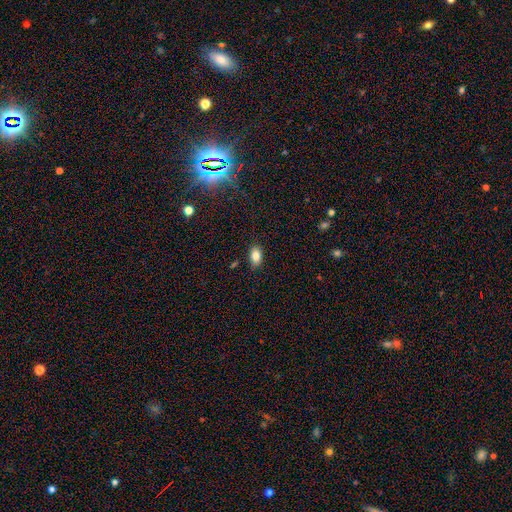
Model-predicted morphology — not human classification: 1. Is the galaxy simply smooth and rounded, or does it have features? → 84% smooth, 9% star or artifact, 7% featured or disk.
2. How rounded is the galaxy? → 88% in between, 10% round, 2% cigar-shaped.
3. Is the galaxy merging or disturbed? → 85% none, 11% minor disturbance, 3% major disturbance, 2% merger.